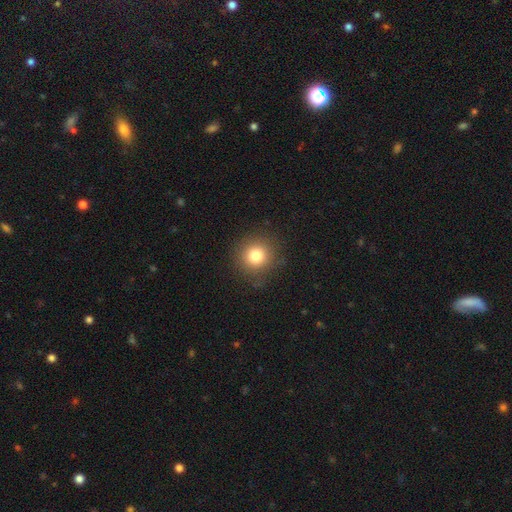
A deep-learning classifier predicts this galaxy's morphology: Smooth or featured? Predicted: smooth (p=0.81). How rounded? Predicted: round (p=0.90). Merging? Predicted: none (p=0.86).